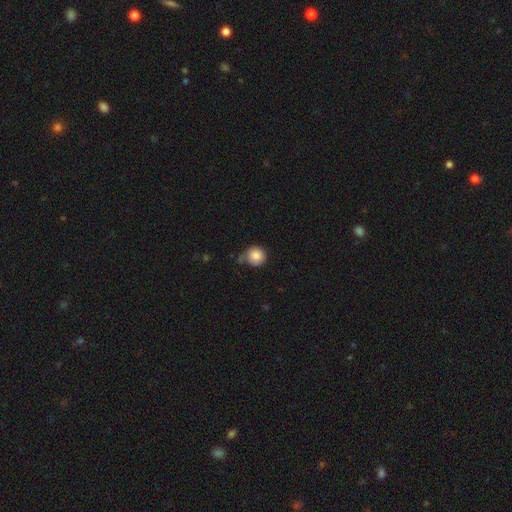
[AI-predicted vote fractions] smooth-or-featured: smooth: 85% | star or artifact: 9% | featured or disk: 7%
  how-rounded: round: 91% | in between: 8% | cigar-shaped: 1%
  merging: none: 58% | minor disturbance: 28% | major disturbance: 8% | merger: 6%